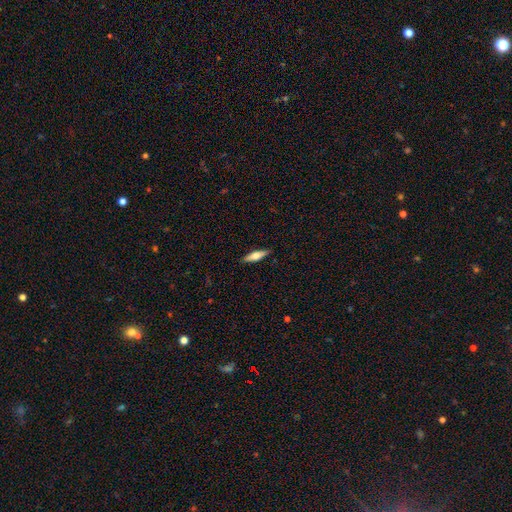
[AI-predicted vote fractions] A smooth galaxy with no disk features (55%) that is cigar-shaped (62%).

Vote fractions:
- Smooth or featured? smooth: 55% / featured or disk: 40% / star or artifact: 6%
- How rounded? cigar-shaped: 62% / in between: 36% / round: 2%
- Merging? none: 89% / minor disturbance: 8% / major disturbance: 2% / merger: 1%